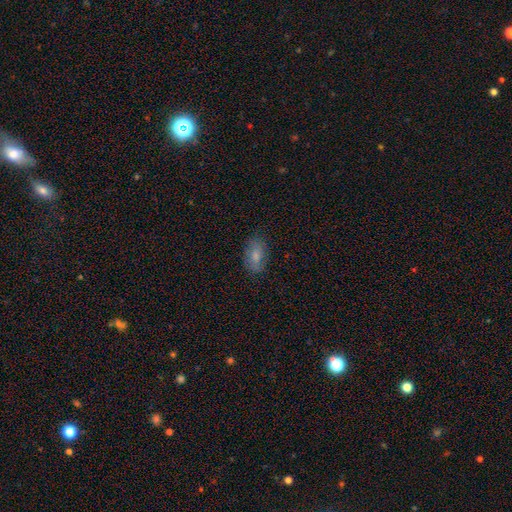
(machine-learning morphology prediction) Q: Smooth or featured?
A: smooth (74%); runner-up: featured or disk (17%)
Q: How rounded?
A: in between (87%); runner-up: round (10%)
Q: Merging?
A: none (79%); runner-up: minor disturbance (16%)